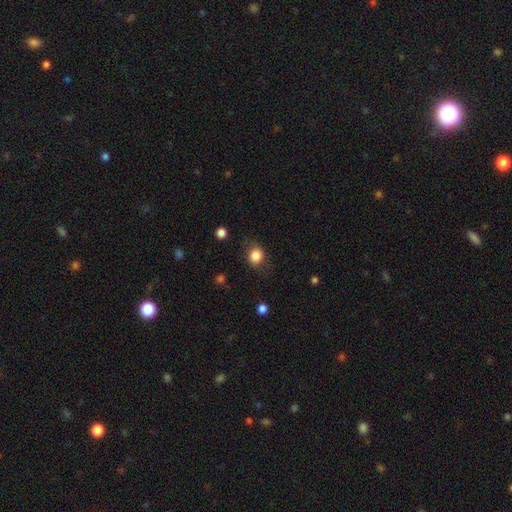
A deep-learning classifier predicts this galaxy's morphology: smooth 84%, star or artifact 10%, featured or disk 6%. Down the decision tree: how rounded — round (72%); merging — none (74%).